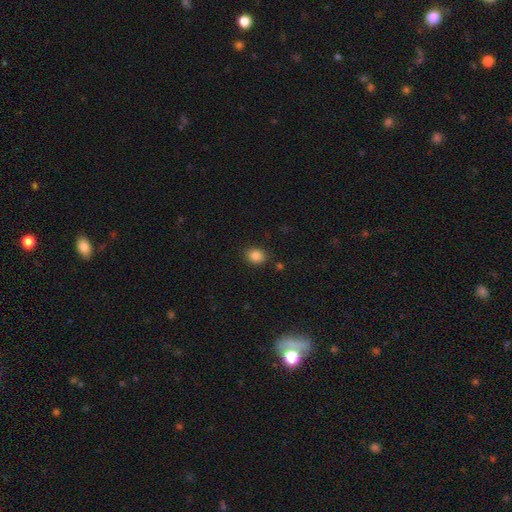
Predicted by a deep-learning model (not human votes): Smooth or featured? Predicted: smooth (p=0.85). How rounded? Predicted: round (p=0.58). Merging? Predicted: none (p=0.86).